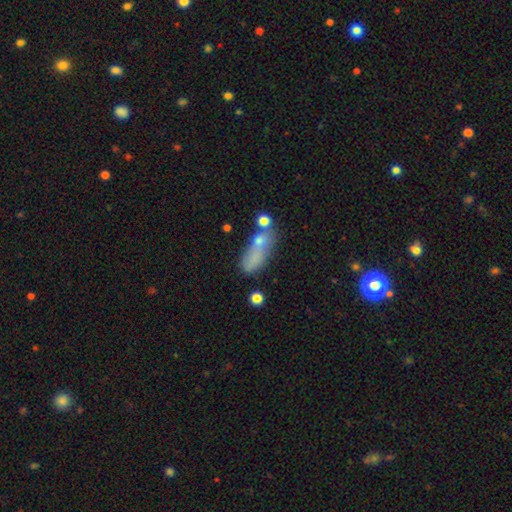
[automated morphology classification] type=smooth (67%); roundness=in between (62%); merging=none (41%).